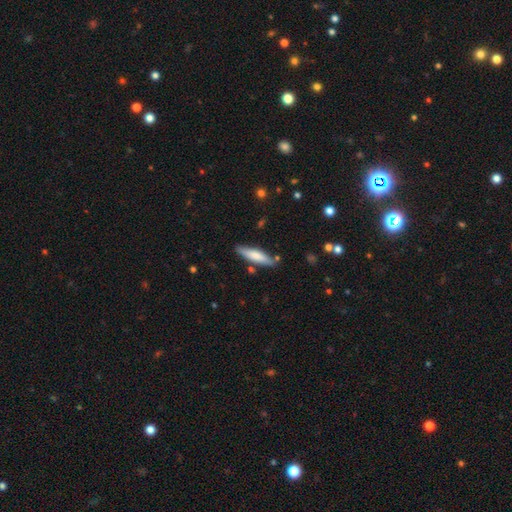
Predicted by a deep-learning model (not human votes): Smooth or featured?
  - smooth: 68% *
  - featured or disk: 26%
  - star or artifact: 6%
How rounded?
  - cigar-shaped: 74% *
  - in between: 25%
  - round: 1%
Merging?
  - none: 82% *
  - minor disturbance: 12%
  - merger: 3%
  - major disturbance: 2%